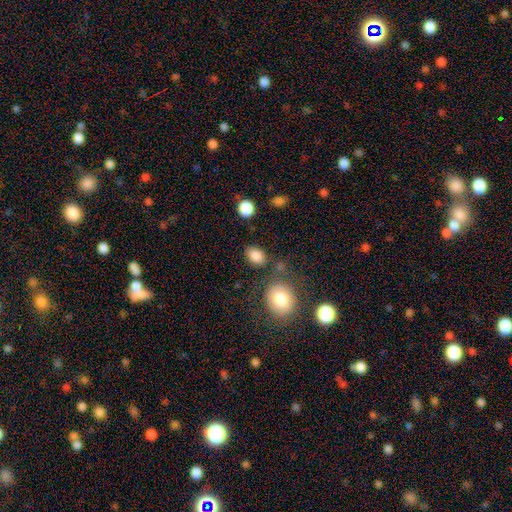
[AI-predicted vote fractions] smooth_or_featured: smooth (p=0.86) [alt: star or artifact p=0.09]
how_rounded: in between (p=0.70) [alt: round p=0.29]
merging: none (p=0.77) [alt: minor disturbance p=0.12]